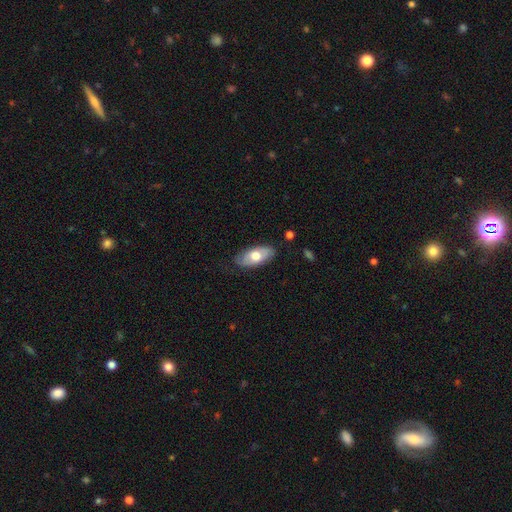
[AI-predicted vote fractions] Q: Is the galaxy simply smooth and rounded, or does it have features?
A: smooth — 62%.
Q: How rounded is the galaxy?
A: in between — 91%.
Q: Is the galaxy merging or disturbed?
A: none — 80%.